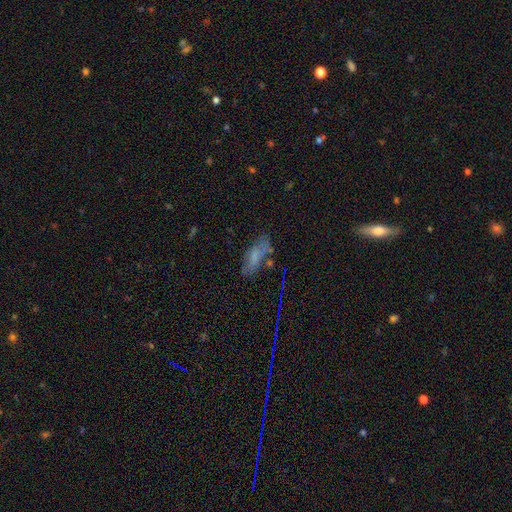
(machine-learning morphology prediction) Smooth or featured?
  - smooth: 57% *
  - featured or disk: 26%
  - star or artifact: 18%
How rounded?
  - in between: 69% *
  - cigar-shaped: 27%
  - round: 4%
Merging?
  - none: 60% *
  - minor disturbance: 22%
  - major disturbance: 10%
  - merger: 8%